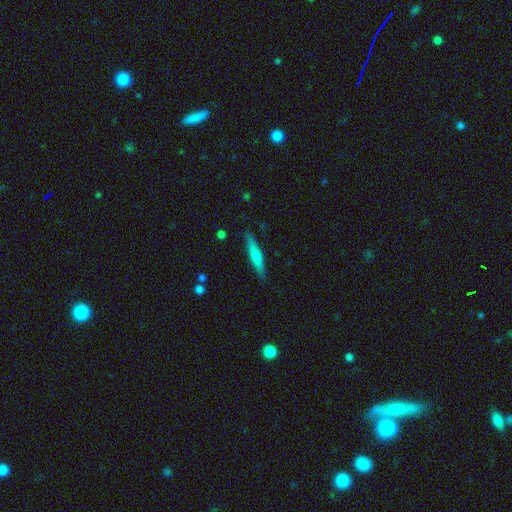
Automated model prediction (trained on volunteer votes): smooth_or_featured: smooth (p=0.56) [alt: featured or disk p=0.38]
how_rounded: cigar-shaped (p=0.90) [alt: in between p=0.08]
merging: none (p=0.88) [alt: minor disturbance p=0.09]